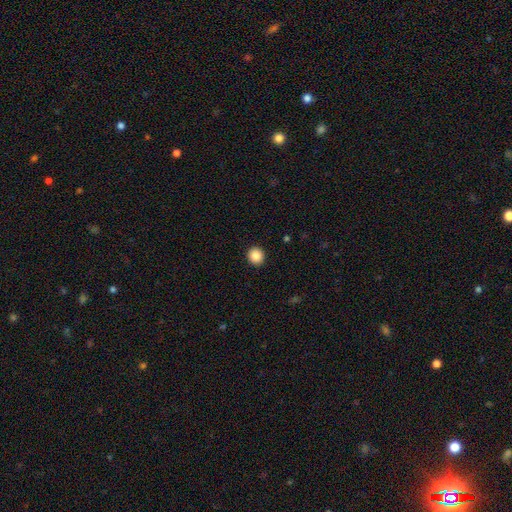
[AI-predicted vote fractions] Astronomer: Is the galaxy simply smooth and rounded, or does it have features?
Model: smooth — 87%.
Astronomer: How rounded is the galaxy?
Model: round — 91%.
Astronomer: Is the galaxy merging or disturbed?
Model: none — 93%.